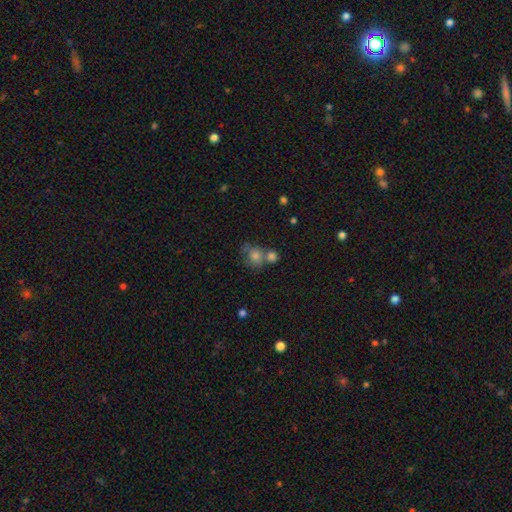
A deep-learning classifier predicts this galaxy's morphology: Smooth or featured? Predicted: smooth (p=0.69). How rounded? Predicted: round (p=0.66). Merging? Predicted: none (p=0.42).